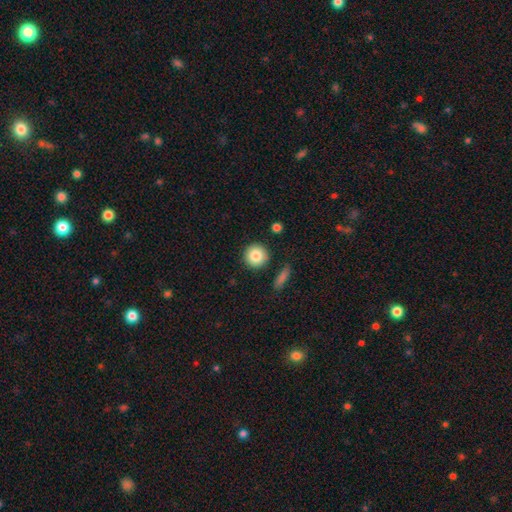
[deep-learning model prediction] Smooth or featured: smooth — 85% (star or artifact — 8%)
How rounded: round — 94% (in between — 5%)
Merging: none — 89% (minor disturbance — 7%)